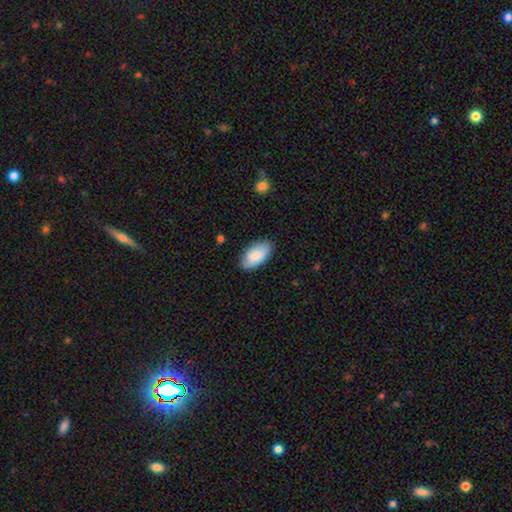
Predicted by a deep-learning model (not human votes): Smooth or featured? smooth (81%)
How rounded? in between (95%)
Merging? none (84%)